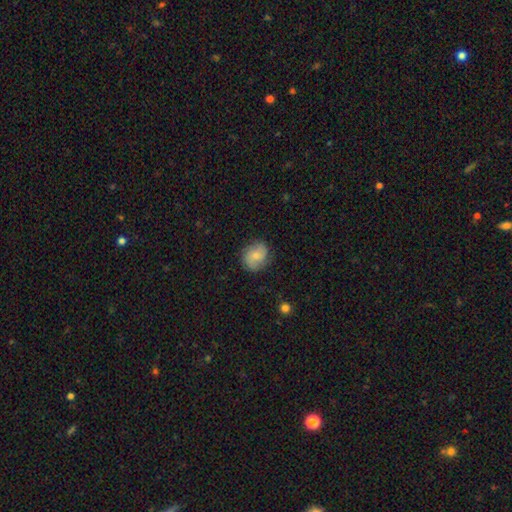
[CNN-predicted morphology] The model was most divided on "how rounded": round: 64%, in between: 35%, cigar-shaped: 1%. More confident: merging — none (79%); smooth or featured — smooth (65%).